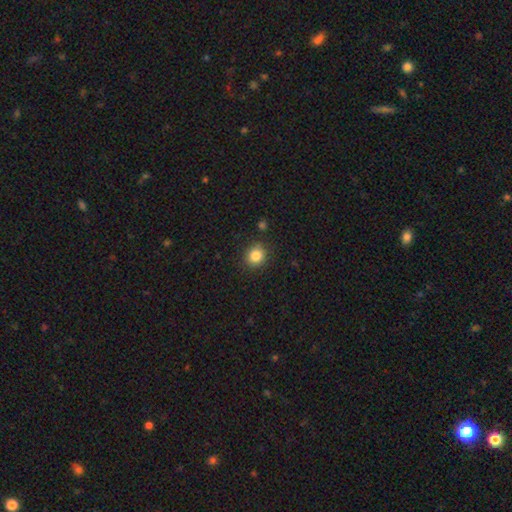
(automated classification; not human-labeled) smooth_or_featured: smooth (p=0.84) [alt: star or artifact p=0.11]
how_rounded: round (p=0.79) [alt: in between p=0.20]
merging: none (p=0.87) [alt: minor disturbance p=0.09]